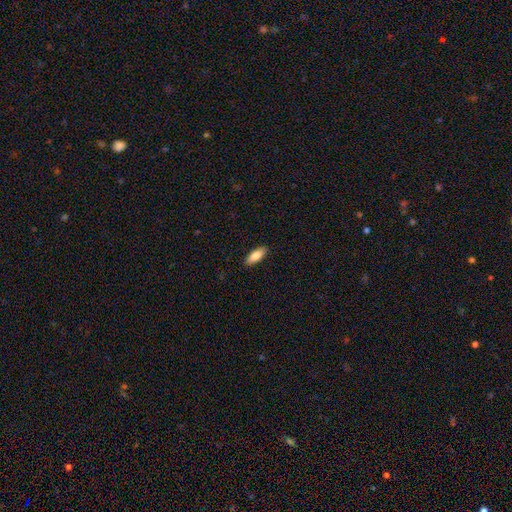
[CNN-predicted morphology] smooth 81%, featured or disk 13%, star or artifact 6%. Down the decision tree: how rounded — in between (70%); merging — none (89%).